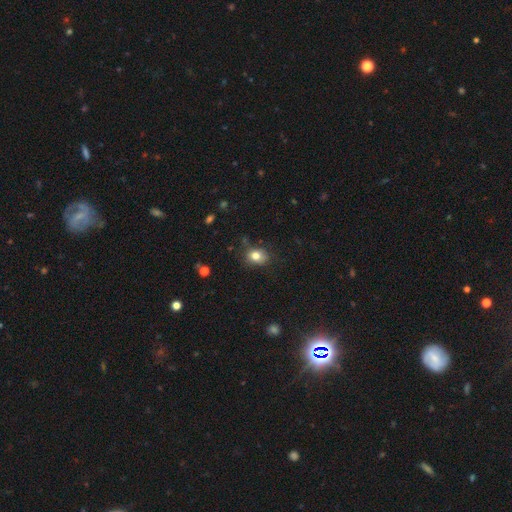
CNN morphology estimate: smooth-or-featured: smooth: 80% | star or artifact: 12% | featured or disk: 9%
  how-rounded: round: 51% | in between: 48% | cigar-shaped: 1%
  merging: none: 74% | minor disturbance: 19% | major disturbance: 5% | merger: 3%